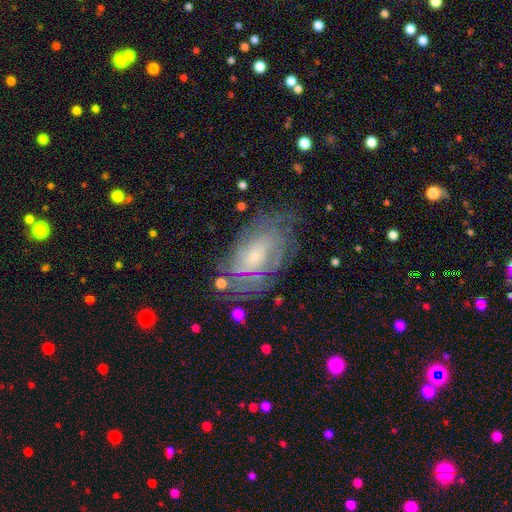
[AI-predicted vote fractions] Q: Smooth or featured?
A: featured or disk (77%); runner-up: smooth (14%)
Q: Edge-on disk?
A: no (95%); runner-up: yes (5%)
Q: Bar?
A: no (76%); runner-up: weak (20%)
Q: Spiral arms?
A: yes (90%); runner-up: no (10%)
Q: Spiral winding?
A: tight (68%); runner-up: medium (24%)
Q: Spiral arm count?
A: can't tell (49%); runner-up: 4 (15%)
Q: Bulge size?
A: small (80%); runner-up: moderate (14%)
Q: Merging?
A: none (69%); runner-up: minor disturbance (19%)